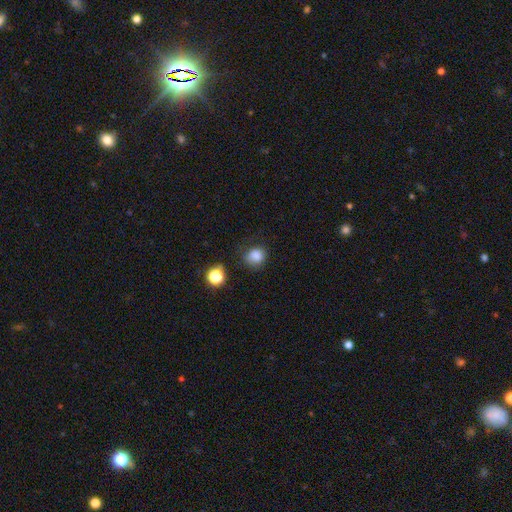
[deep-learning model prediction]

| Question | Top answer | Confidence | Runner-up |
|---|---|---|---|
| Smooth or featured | smooth | 82% | star or artifact (13%) |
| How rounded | round | 75% | in between (24%) |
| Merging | none | 67% | minor disturbance (22%) |